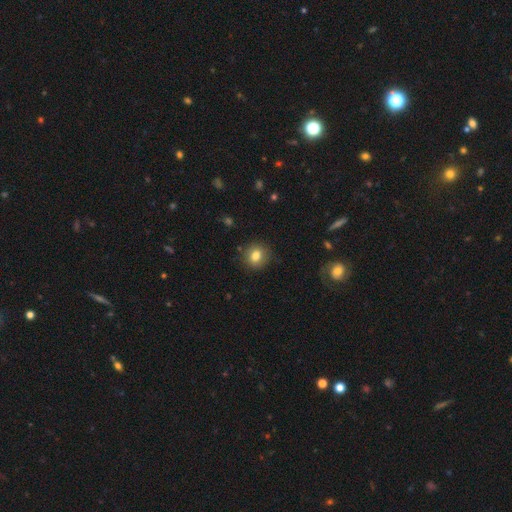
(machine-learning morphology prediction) type=smooth (81%); roundness=round (79%); merging=none (87%).